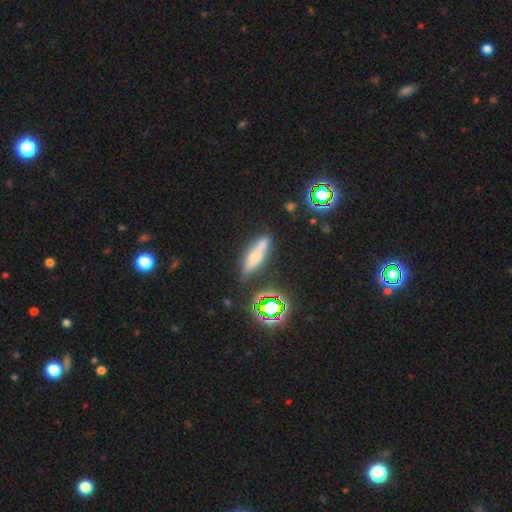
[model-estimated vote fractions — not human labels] Smooth or featured: smooth — 45% (featured or disk — 39%)
Merging: none — 78% (minor disturbance — 14%)